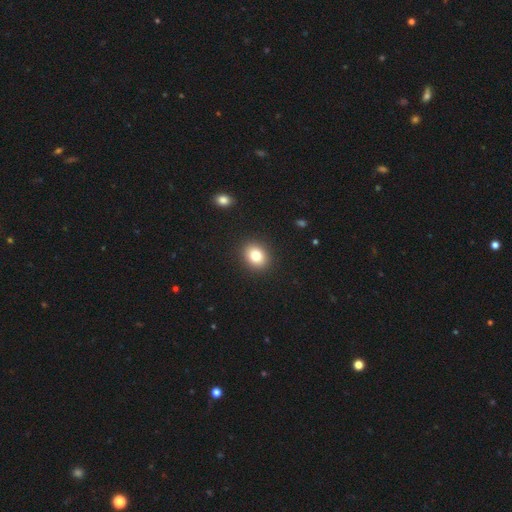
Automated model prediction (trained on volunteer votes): smooth_or_featured: smooth (p=0.81) [alt: star or artifact p=0.11]
how_rounded: round (p=0.57) [alt: in between p=0.43]
merging: none (p=0.90) [alt: minor disturbance p=0.06]